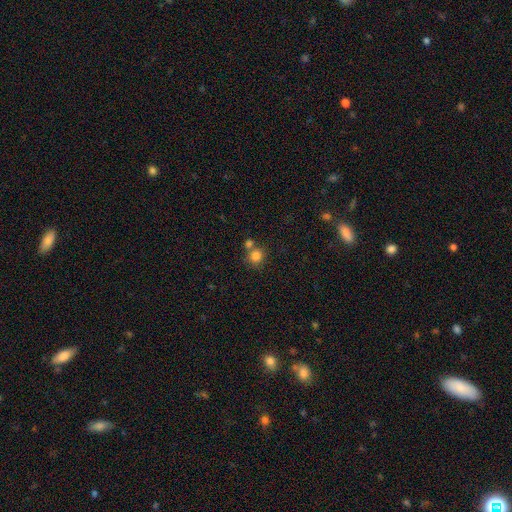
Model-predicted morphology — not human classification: This appears to be a smooth galaxy with no disk features (82%) that is round (86%). Merging: none (55%).